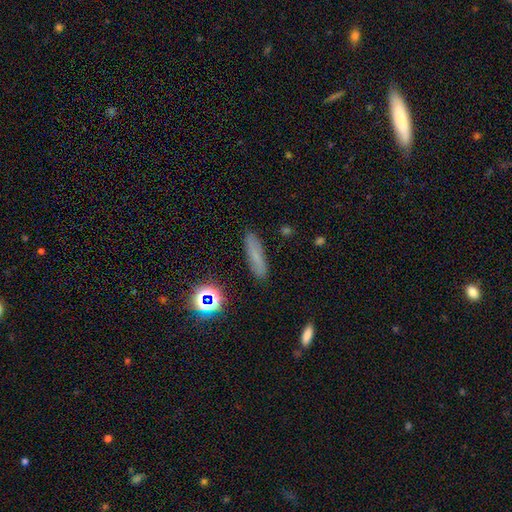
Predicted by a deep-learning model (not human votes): Q: Smooth or featured?
A: smooth (66%); runner-up: featured or disk (18%)
Q: How rounded?
A: cigar-shaped (73%); runner-up: in between (23%)
Q: Merging?
A: none (85%); runner-up: minor disturbance (11%)